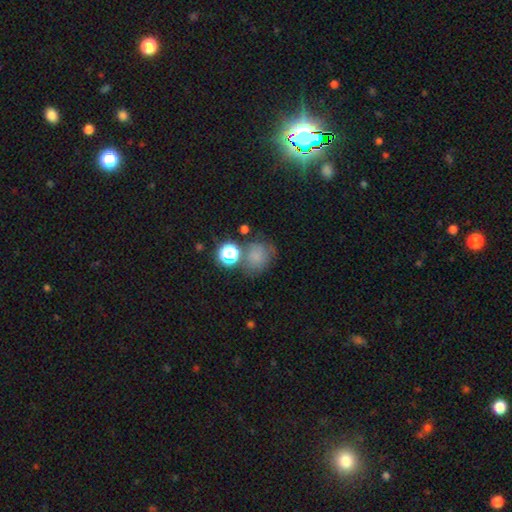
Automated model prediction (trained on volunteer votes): Q: Smooth or featured?
A: smooth (66%); runner-up: star or artifact (20%)
Q: How rounded?
A: round (71%); runner-up: in between (28%)
Q: Merging?
A: none (53%); runner-up: minor disturbance (21%)